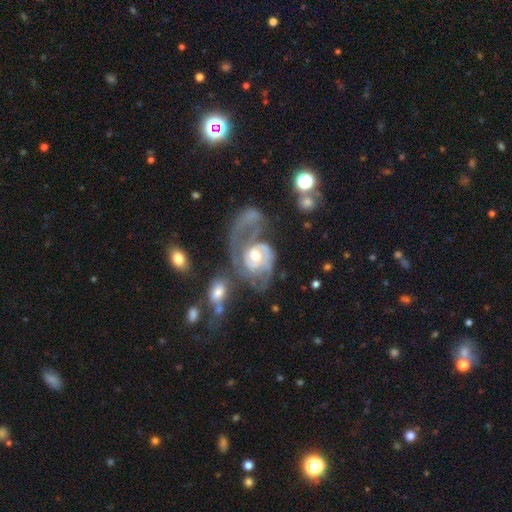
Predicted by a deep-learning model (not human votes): Q: Smooth or featured?
A: featured or disk (88%); runner-up: smooth (7%)
Q: Edge-on disk?
A: no (98%); runner-up: yes (2%)
Q: Bar?
A: no (63%); runner-up: weak (29%)
Q: Spiral arms?
A: yes (93%); runner-up: no (7%)
Q: Spiral winding?
A: tight (42%); runner-up: medium (39%)
Q: Spiral arm count?
A: 2 (50%); runner-up: 1 (18%)
Q: Bulge size?
A: moderate (70%); runner-up: small (19%)
Q: Merging?
A: major disturbance (41%); runner-up: none (26%)